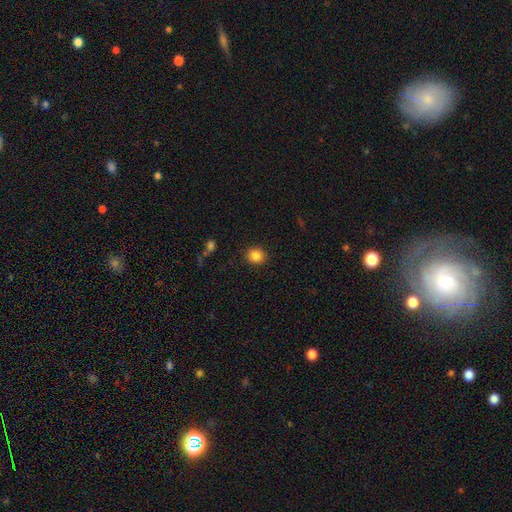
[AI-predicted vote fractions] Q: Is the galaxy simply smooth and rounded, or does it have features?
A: smooth — 86%.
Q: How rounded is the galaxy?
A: round — 83%.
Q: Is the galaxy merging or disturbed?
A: none — 90%.